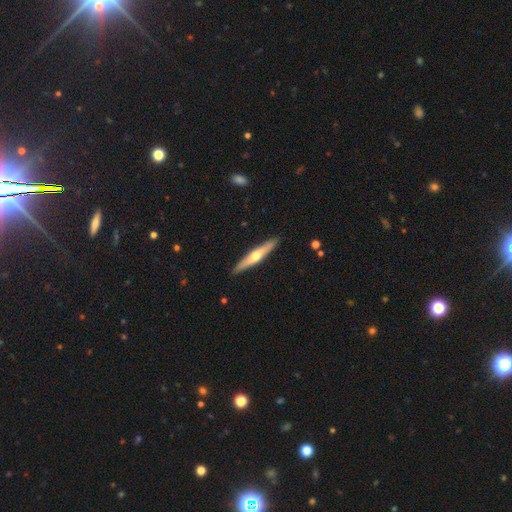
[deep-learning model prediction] A featured or disk galaxy (61%) viewed edge-on (96%) with a rounded central bulge (90%). Merging: none (91%).